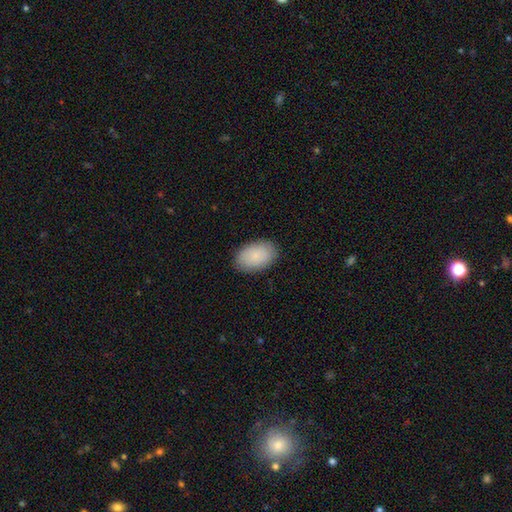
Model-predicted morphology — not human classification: type=smooth (87%); roundness=in between (91%); merging=none (87%).